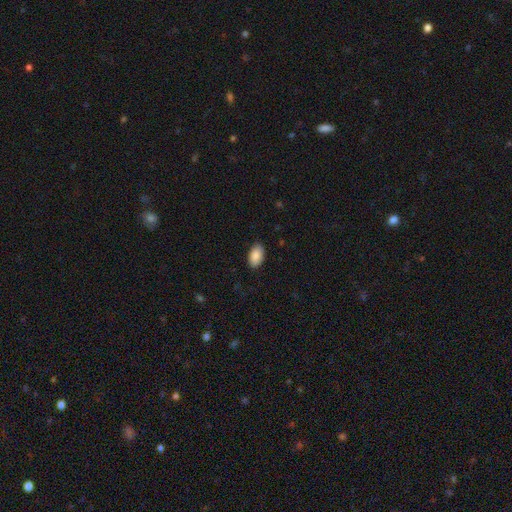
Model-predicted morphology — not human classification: A smooth galaxy with no disk features (89%) that is in between round and cigar-shaped (94%). Merging: none (88%).